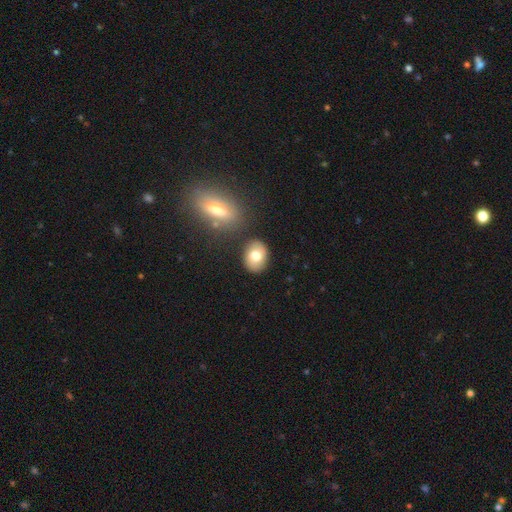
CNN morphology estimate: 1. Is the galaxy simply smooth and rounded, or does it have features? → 72% smooth, 20% featured or disk, 8% star or artifact.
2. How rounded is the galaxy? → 66% in between, 33% round, 1% cigar-shaped.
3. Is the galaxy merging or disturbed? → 80% none, 11% minor disturbance, 6% merger, 3% major disturbance.